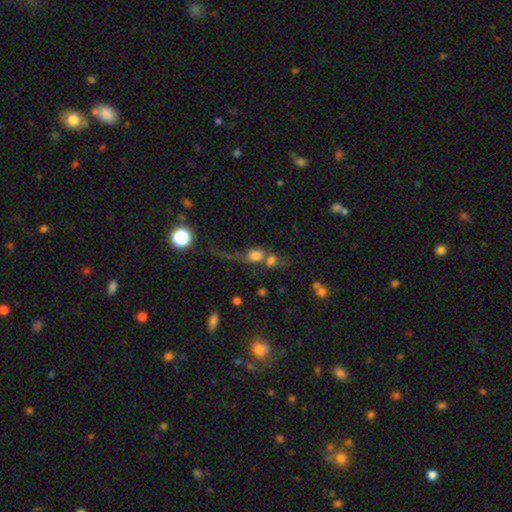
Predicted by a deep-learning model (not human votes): Smooth or featured? Predicted: smooth (p=0.63). How rounded? Predicted: round (p=0.57). Merging? Predicted: merger (p=0.55).